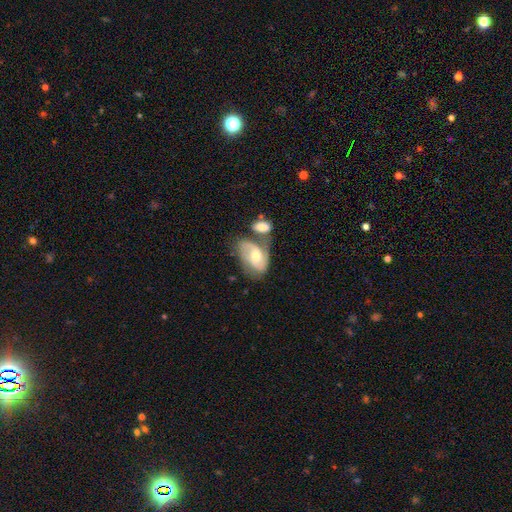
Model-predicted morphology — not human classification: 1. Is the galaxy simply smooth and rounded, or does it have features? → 64% featured or disk, 29% smooth, 7% star or artifact.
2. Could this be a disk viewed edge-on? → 95% no, 5% yes.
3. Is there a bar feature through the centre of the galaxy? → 56% no, 35% weak, 9% strong.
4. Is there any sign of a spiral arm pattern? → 85% yes, 15% no.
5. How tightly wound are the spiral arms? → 45% medium, 33% loose, 22% tight.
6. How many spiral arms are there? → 77% 2, 13% can't tell, 6% 1, 2% 3, 1% 4, 1% more than 4.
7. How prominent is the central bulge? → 61% moderate, 32% small, 4% large, 1% none, 1% dominant.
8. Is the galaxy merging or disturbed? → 41% merger, 32% none, 17% minor disturbance, 10% major disturbance.